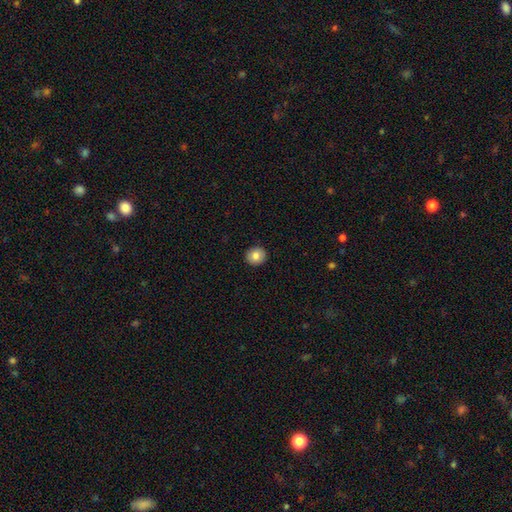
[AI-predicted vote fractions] This is clearly a smooth galaxy (82%). How rounded: clearly round (85%). Merging: clearly none (92%).